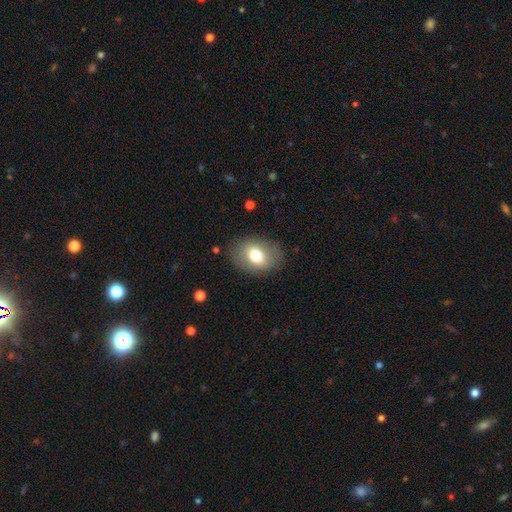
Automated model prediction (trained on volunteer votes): Smooth or featured: smooth — 71% (featured or disk — 21%)
How rounded: in between — 70% (round — 29%)
Merging: none — 83% (minor disturbance — 11%)